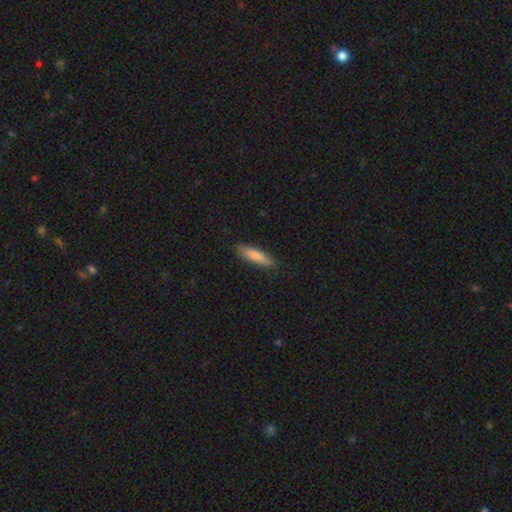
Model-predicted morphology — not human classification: Smooth or featured? smooth (82%)
How rounded? cigar-shaped (71%)
Merging? none (83%)